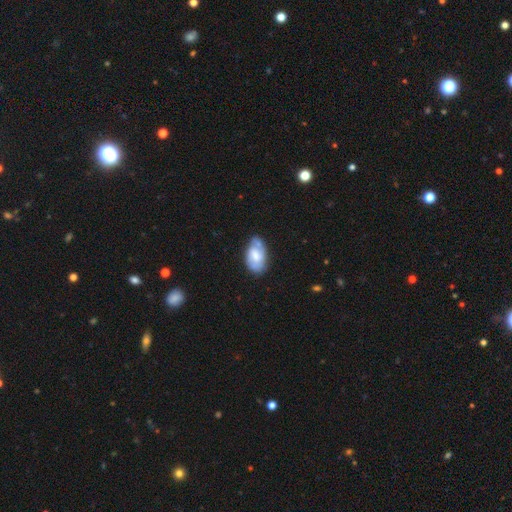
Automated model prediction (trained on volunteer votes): smooth_or_featured: featured or disk (p=0.52) [alt: smooth p=0.42]
disk_edge_on: no (p=0.95) [alt: yes p=0.05]
merging: none (p=0.59) [alt: minor disturbance p=0.27]